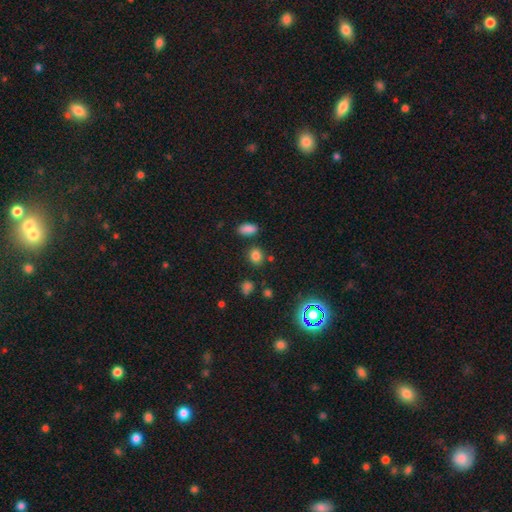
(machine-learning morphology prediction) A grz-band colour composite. It shows a smooth galaxy with no disk features (80%) that is round (61%). Merging: none (80%).